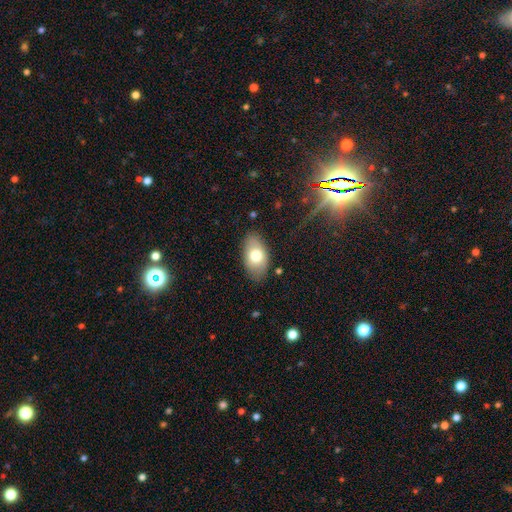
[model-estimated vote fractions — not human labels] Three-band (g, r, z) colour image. It shows a smooth galaxy with no disk features (73%) that is in between round and cigar-shaped (93%). Merging: none (84%).